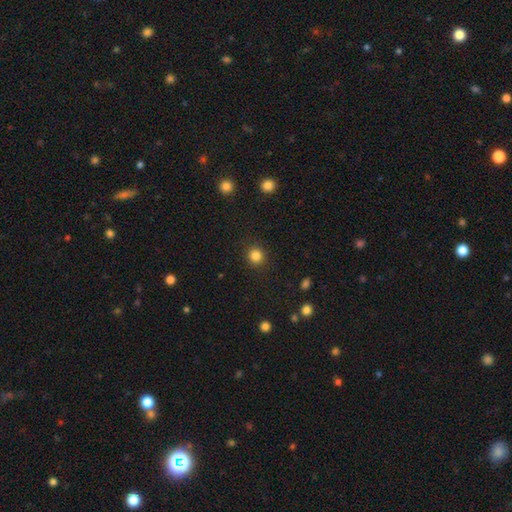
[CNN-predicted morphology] Smooth or featured? Predicted: smooth (p=0.85). How rounded? Predicted: round (p=0.91). Merging? Predicted: none (p=0.91).